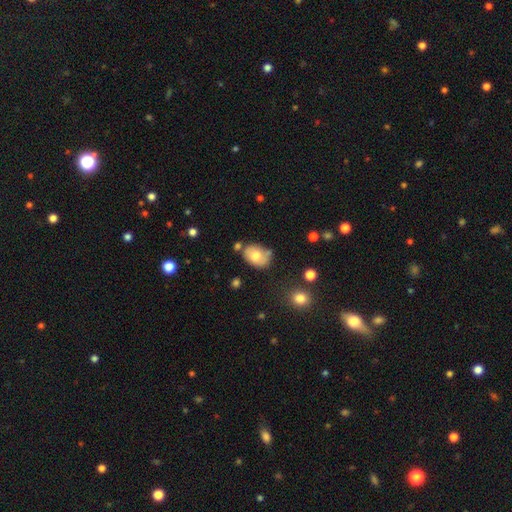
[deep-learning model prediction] A smooth galaxy with no disk features (69%) that is in between round and cigar-shaped (70%). Merging: none (56%).